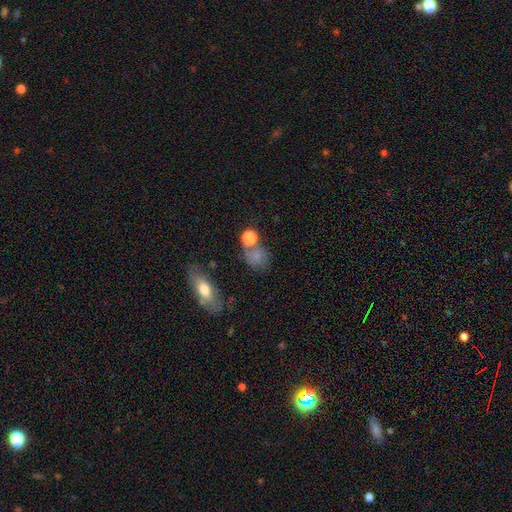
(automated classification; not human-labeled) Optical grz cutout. It shows a smooth galaxy with no disk features (72%) that is round (63%). Merging: none (48%).